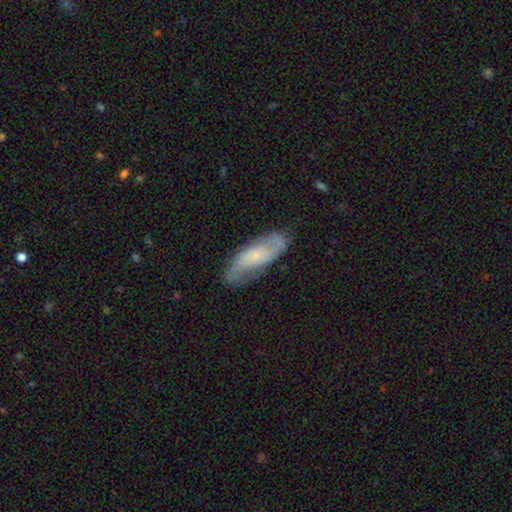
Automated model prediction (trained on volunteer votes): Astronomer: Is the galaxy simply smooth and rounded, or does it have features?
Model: featured or disk — 66%.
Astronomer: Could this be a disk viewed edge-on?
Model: no — 88%.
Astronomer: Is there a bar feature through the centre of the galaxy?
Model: no — 59%.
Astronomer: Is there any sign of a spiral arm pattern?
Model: yes — 90%.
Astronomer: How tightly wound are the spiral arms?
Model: medium — 45% (runner-up: loose, 30%).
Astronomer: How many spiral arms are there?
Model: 2 — 83%.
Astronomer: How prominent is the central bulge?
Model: small — 65%.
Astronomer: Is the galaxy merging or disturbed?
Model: none — 76%.